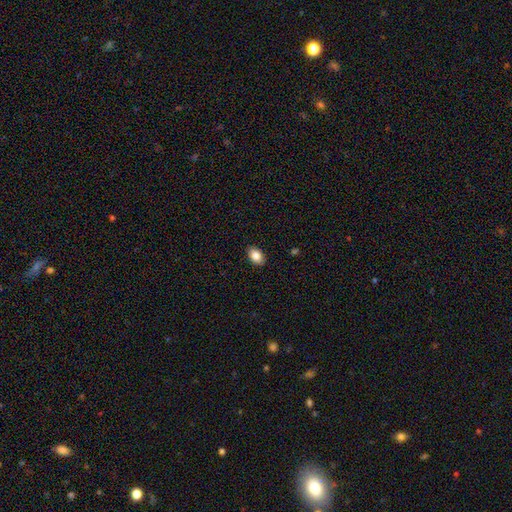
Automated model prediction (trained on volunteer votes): A smooth galaxy with no disk features (85%) that is in between round and cigar-shaped (88%).

Vote fractions:
- Smooth or featured? smooth: 85% / star or artifact: 8% / featured or disk: 7%
- How rounded? in between: 88% / round: 11% / cigar-shaped: 1%
- Merging? none: 90% / minor disturbance: 8% / major disturbance: 2% / merger: 1%